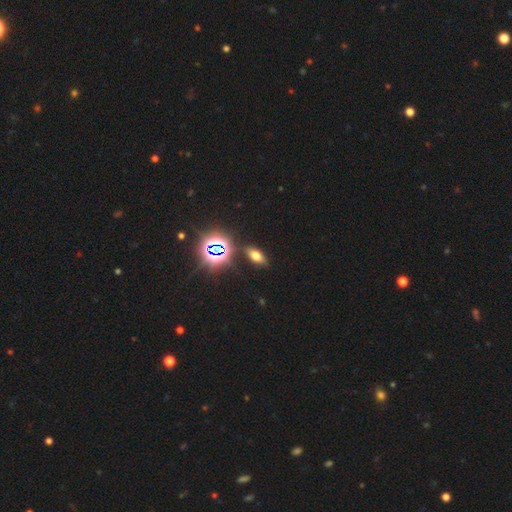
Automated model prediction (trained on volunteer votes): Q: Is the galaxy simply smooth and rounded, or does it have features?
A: smooth — 57%.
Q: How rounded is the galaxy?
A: in between — 81%.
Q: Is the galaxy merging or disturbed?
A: none — 85%.